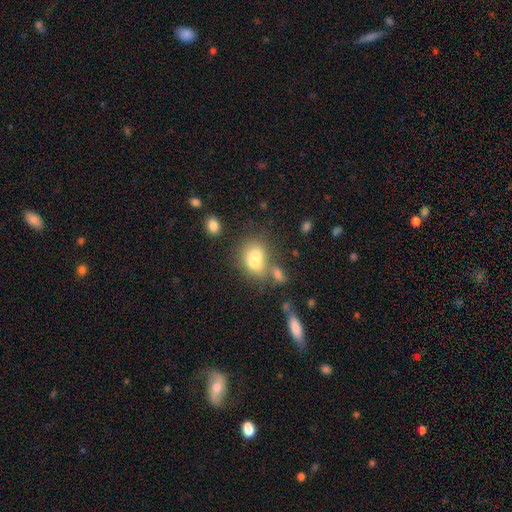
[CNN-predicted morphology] Smooth or featured: smooth — 67% (featured or disk — 22%)
How rounded: round — 52% (in between — 47%)
Merging: merger — 62% (none — 24%)